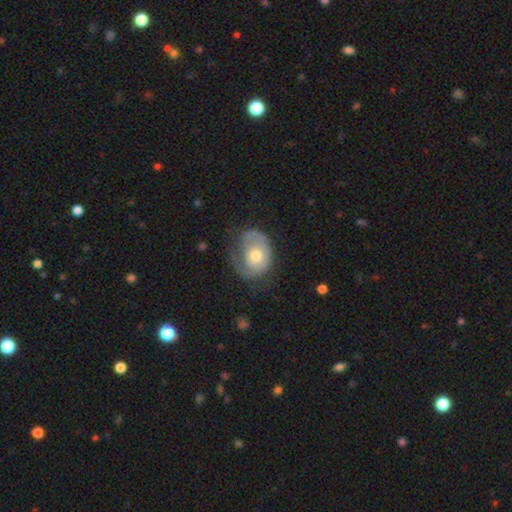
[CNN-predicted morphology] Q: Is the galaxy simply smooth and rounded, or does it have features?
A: featured or disk — 58%.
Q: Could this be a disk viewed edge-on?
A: no — 97%.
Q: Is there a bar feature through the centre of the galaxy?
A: no — 82%.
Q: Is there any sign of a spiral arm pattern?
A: yes — 73%.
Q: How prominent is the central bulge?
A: moderate — 66%.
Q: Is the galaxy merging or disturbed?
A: none — 45%.